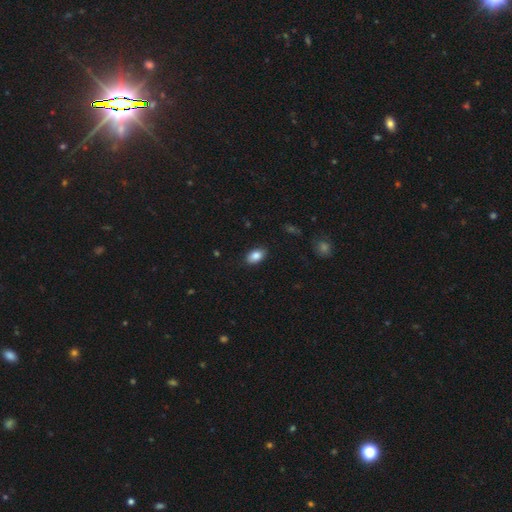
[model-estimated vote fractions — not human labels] Smooth or featured? Predicted: smooth (p=0.86). How rounded? Predicted: in between (p=0.90). Merging? Predicted: none (p=0.87).